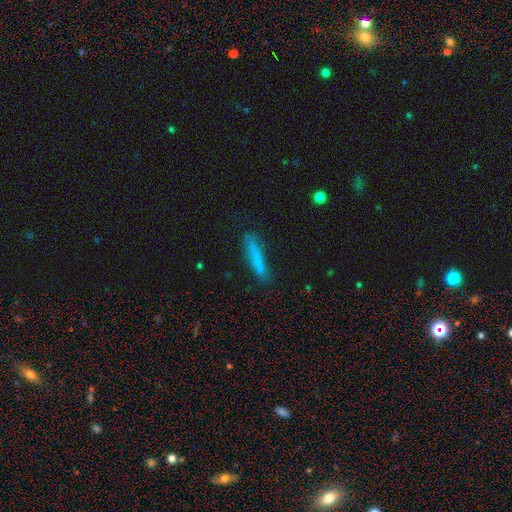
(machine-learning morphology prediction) Smooth or featured? Predicted: smooth (p=0.78). How rounded? Predicted: cigar-shaped (p=0.90). Merging? Predicted: none (p=0.82).